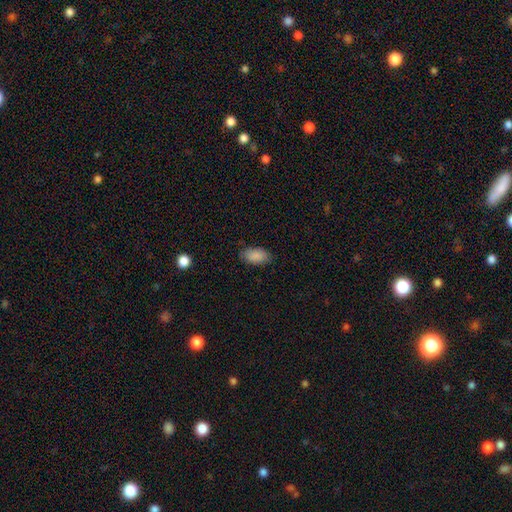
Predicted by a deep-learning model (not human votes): smooth 88%, star or artifact 7%, featured or disk 5%. Down the decision tree: how rounded — in between (93%); merging — none (81%).